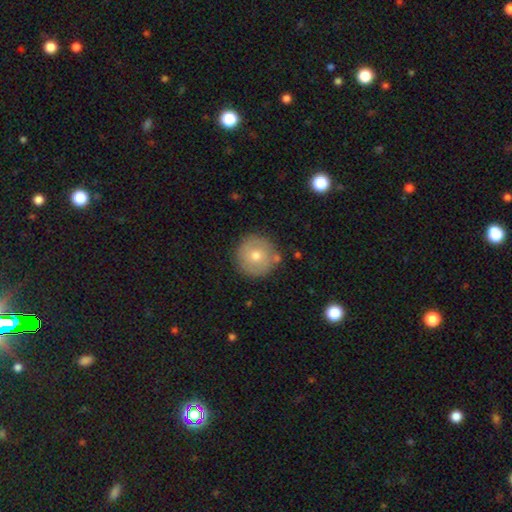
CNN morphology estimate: Smooth or featured? Predicted: smooth (p=0.60). How rounded? Predicted: round (p=0.95). Merging? Predicted: none (p=0.85).